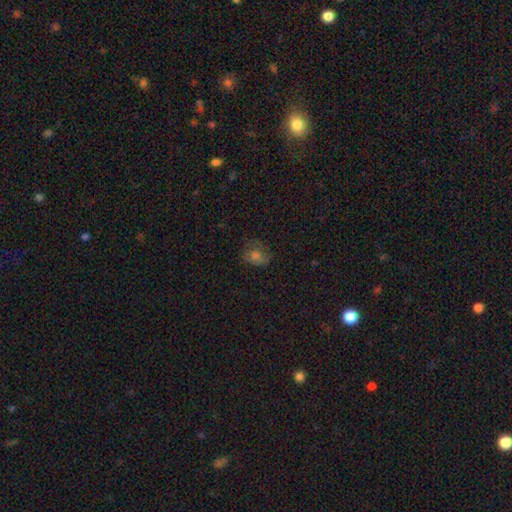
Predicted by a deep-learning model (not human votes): This appears to be a smooth galaxy with no disk features (56%) that is round (53%). Merging: none (61%).